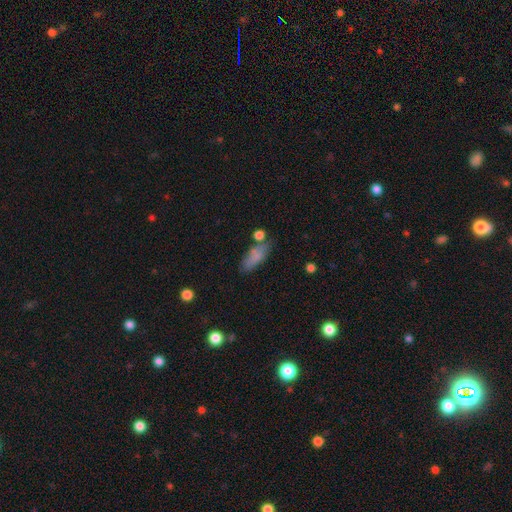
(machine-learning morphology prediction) Smooth or featured?
  - smooth: 76% *
  - featured or disk: 15%
  - star or artifact: 9%
How rounded?
  - in between: 72% *
  - cigar-shaped: 25%
  - round: 4%
Merging?
  - none: 60% *
  - minor disturbance: 21%
  - merger: 12%
  - major disturbance: 7%